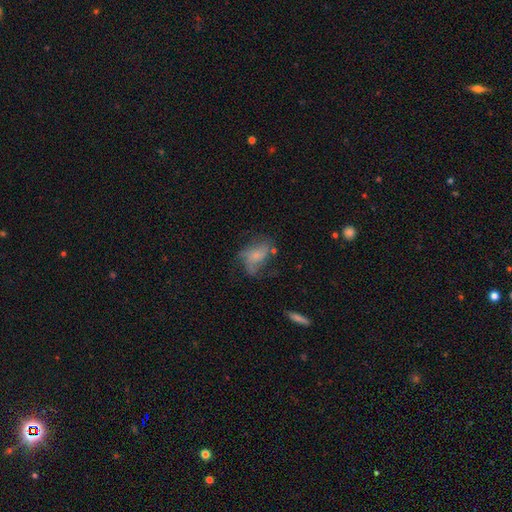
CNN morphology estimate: featured or disk 45%, smooth 44%, star or artifact 11%. Down the decision tree: merging — none (38%).